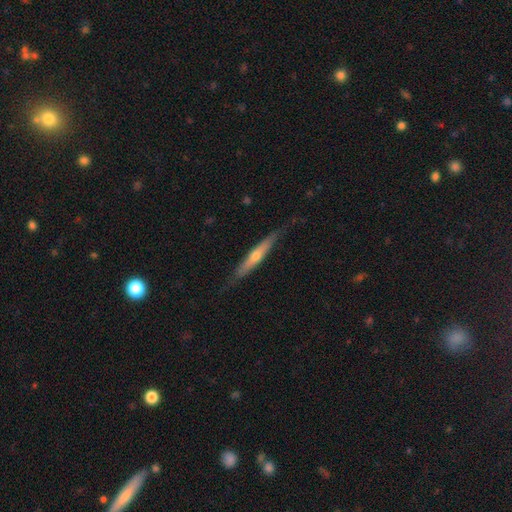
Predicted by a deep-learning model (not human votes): Smooth or featured: featured or disk — 56% (smooth — 38%)
Edge-on disk: yes — 91% (no — 9%)
Edge-on bulge: rounded — 76% (none — 21%)
Merging: none — 81% (minor disturbance — 15%)